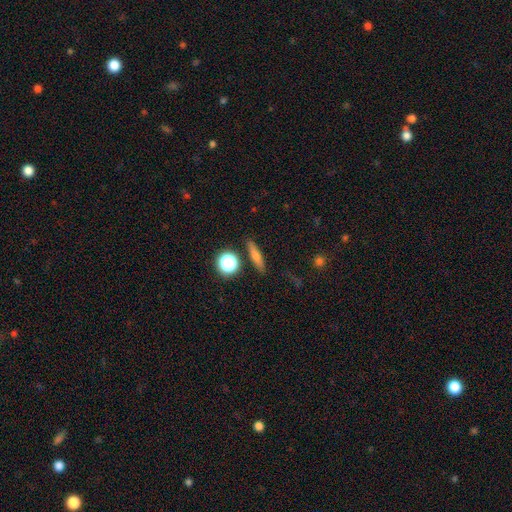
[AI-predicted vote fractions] Smooth or featured?
  - smooth: 55% *
  - featured or disk: 32%
  - star or artifact: 13%
How rounded?
  - cigar-shaped: 69% *
  - in between: 18%
  - round: 14%
Merging?
  - none: 86% *
  - minor disturbance: 8%
  - merger: 3%
  - major disturbance: 2%